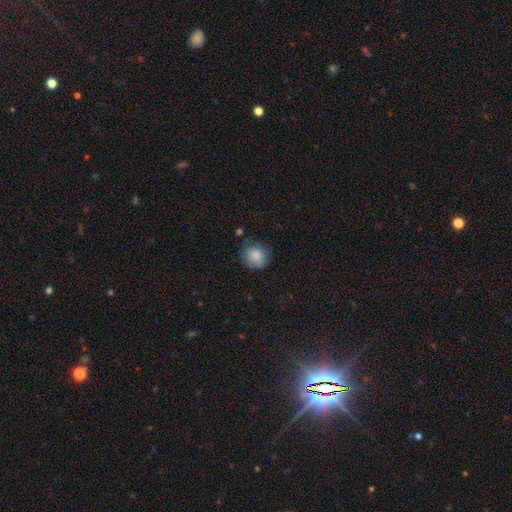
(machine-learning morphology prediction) Smooth or featured: smooth — 82% (featured or disk — 10%)
How rounded: round — 77% (in between — 22%)
Merging: none — 67% (minor disturbance — 24%)